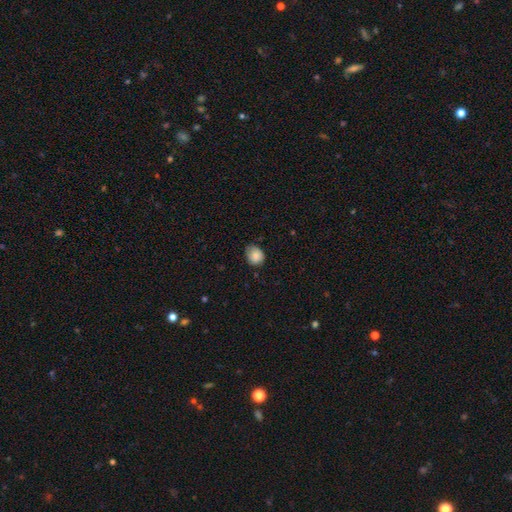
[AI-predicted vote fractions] smooth 83%, featured or disk 9%, star or artifact 8%. Down the decision tree: how rounded — round (58%); merging — none (65%).